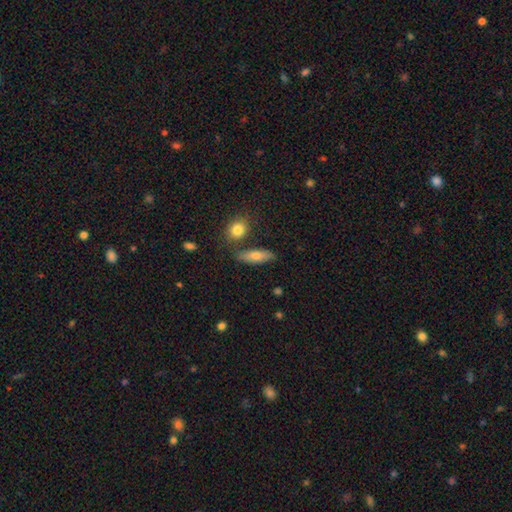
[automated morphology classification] type=smooth (70%); roundness=in between (52%); merging=none (76%).